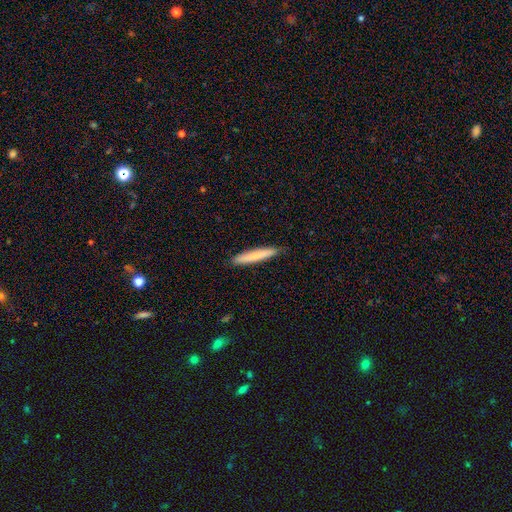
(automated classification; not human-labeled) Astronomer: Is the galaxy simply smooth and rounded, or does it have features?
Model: smooth — 75%.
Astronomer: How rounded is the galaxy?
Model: cigar-shaped — 95%.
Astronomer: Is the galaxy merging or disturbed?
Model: none — 89%.